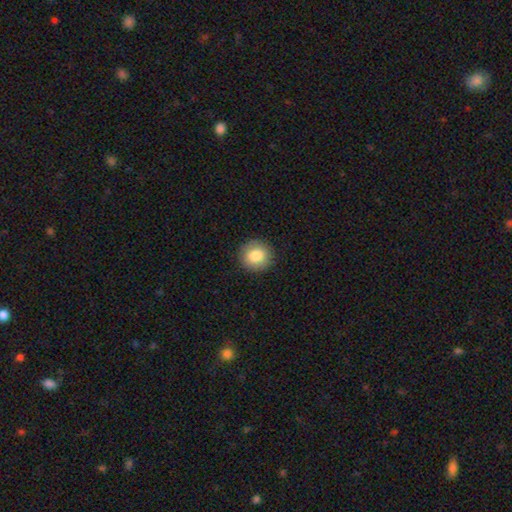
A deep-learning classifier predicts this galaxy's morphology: This appears to be a smooth galaxy with no disk features (84%) that is round (90%). Merging: none (90%).